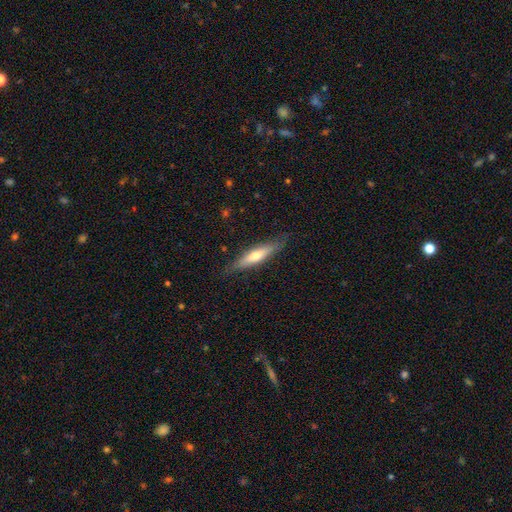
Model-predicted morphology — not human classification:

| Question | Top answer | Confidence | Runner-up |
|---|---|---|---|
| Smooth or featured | smooth | 50% | featured or disk (44%) |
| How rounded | cigar-shaped | 78% | in between (20%) |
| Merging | none | 80% | minor disturbance (15%) |